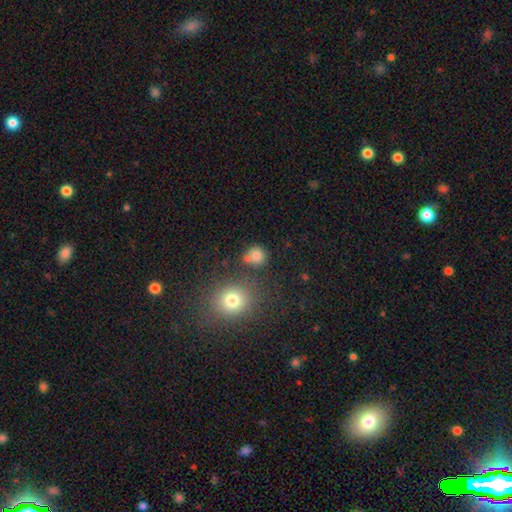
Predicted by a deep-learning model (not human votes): Smooth or featured: smooth — 79% (star or artifact — 14%)
How rounded: round — 85% (in between — 14%)
Merging: none — 65% (merger — 18%)